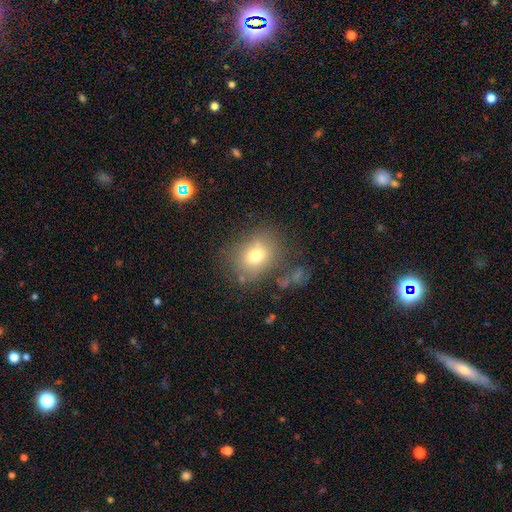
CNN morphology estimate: A smooth galaxy with no disk features (72%) that is round (53%). Merging: none (71%).